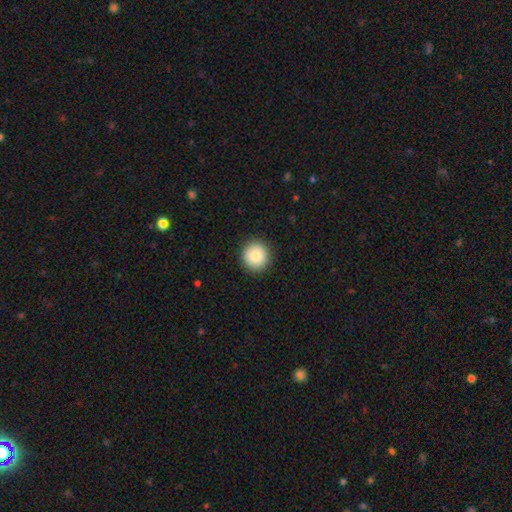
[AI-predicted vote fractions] This is clearly a smooth galaxy (85%). How rounded: clearly round (94%). Merging: clearly none (91%).